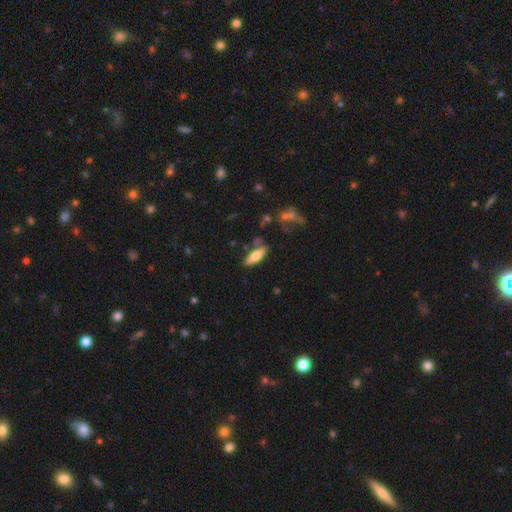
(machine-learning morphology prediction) Q: Smooth or featured?
A: smooth (62%); runner-up: featured or disk (31%)
Q: How rounded?
A: in between (57%); runner-up: cigar-shaped (41%)
Q: Merging?
A: none (71%); runner-up: minor disturbance (17%)